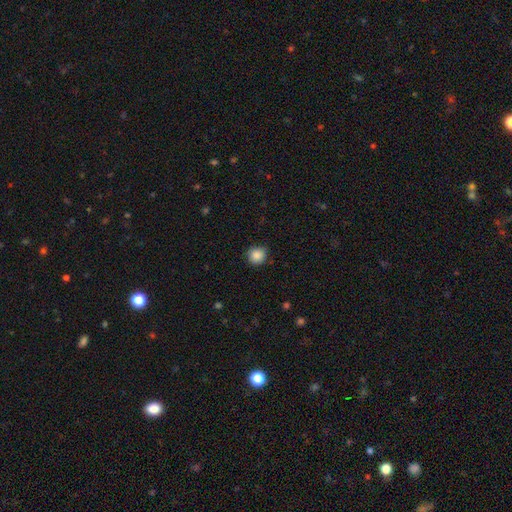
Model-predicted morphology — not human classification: A smooth galaxy with no disk features (88%) that is round (90%).

Vote fractions:
- Smooth or featured? smooth: 88% / star or artifact: 9% / featured or disk: 4%
- How rounded? round: 90% / in between: 9% / cigar-shaped: 1%
- Merging? none: 85% / minor disturbance: 12% / major disturbance: 2% / merger: 1%